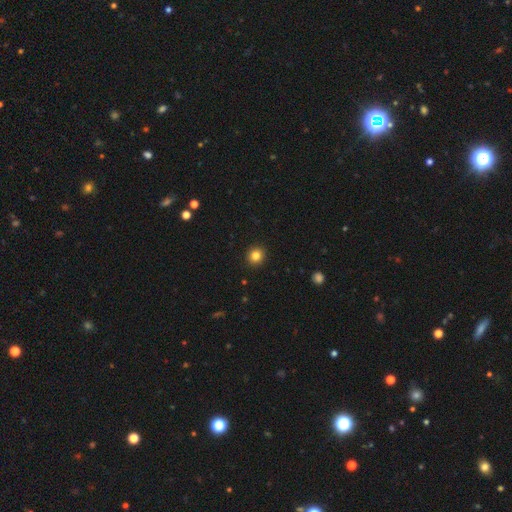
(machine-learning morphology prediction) This is clearly a smooth galaxy (83%). How rounded: clearly round (91%). Merging: clearly none (93%).